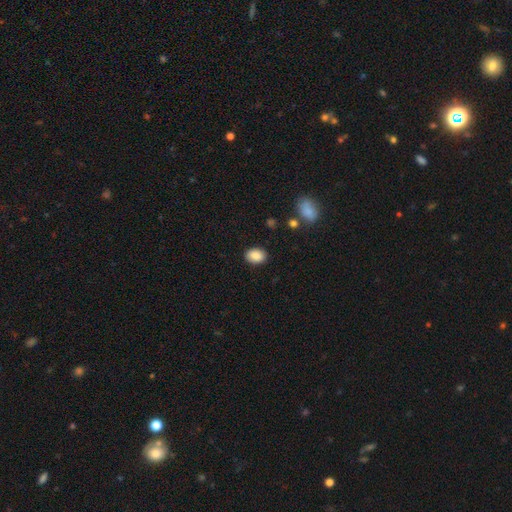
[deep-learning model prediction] smooth_or_featured: smooth (p=0.88) [alt: star or artifact p=0.08]
how_rounded: in between (p=0.76) [alt: round p=0.23]
merging: none (p=0.88) [alt: minor disturbance p=0.08]